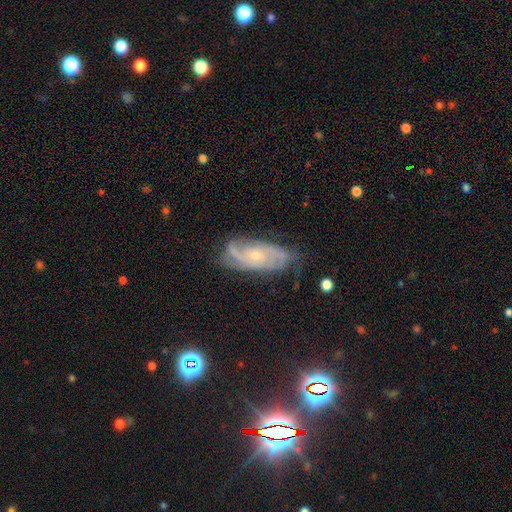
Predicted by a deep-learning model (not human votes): Morphology: type=featured or disk (81%); edge-on=no (93%); bar=no (72%); spiral arms=yes (96%); winding=tight (54%); arm count=2 (30%); bulge=small (72%); merging=none (71%).